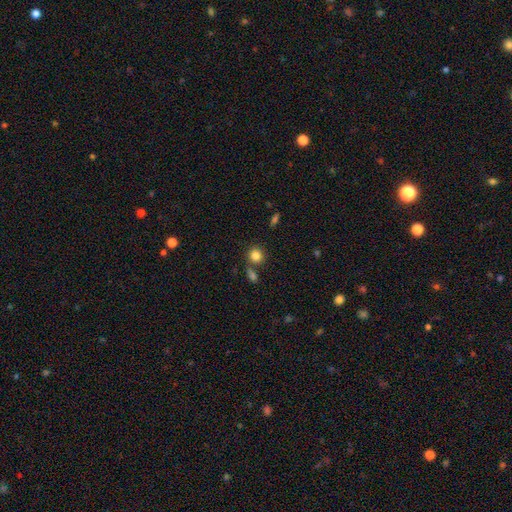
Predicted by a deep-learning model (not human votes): Morphology: type=smooth (83%); roundness=round (83%); merging=none (71%).